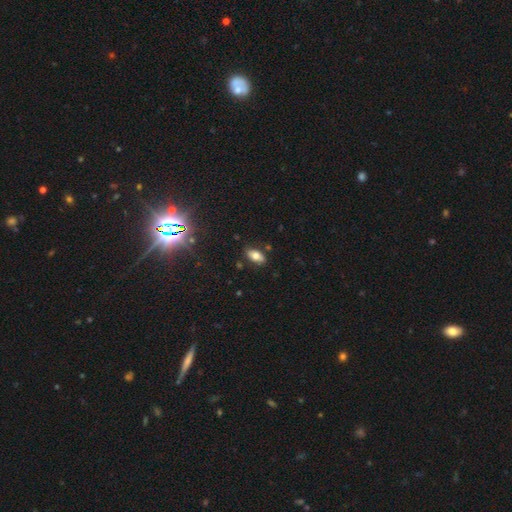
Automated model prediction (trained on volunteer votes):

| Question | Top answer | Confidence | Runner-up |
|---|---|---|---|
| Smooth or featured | smooth | 73% | featured or disk (16%) |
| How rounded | in between | 92% | cigar-shaped (4%) |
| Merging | none | 83% | minor disturbance (12%) |